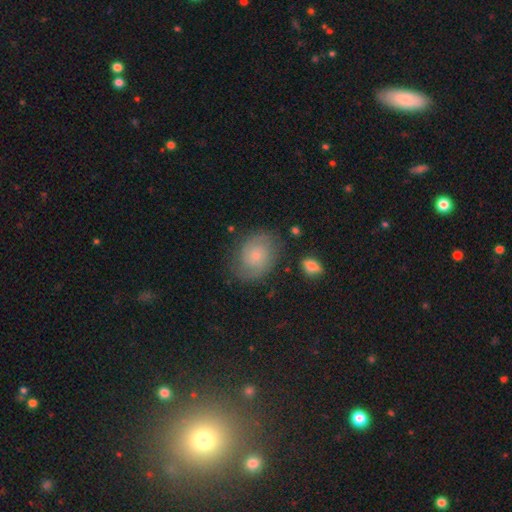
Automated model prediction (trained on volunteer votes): Morphology: type=featured or disk (55%); edge-on=no (97%); bar=no (78%); spiral arms=yes (86%); bulge=small (72%); merging=none (75%).